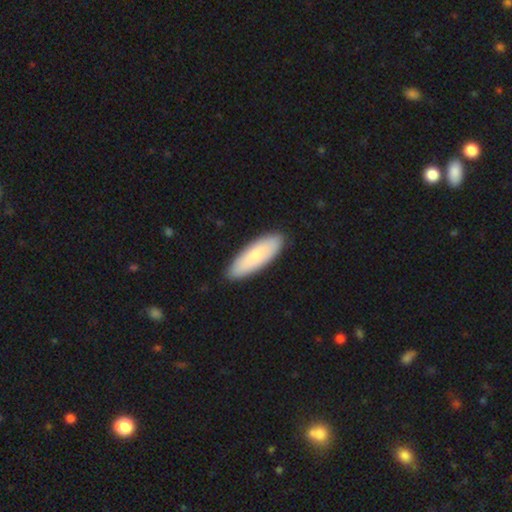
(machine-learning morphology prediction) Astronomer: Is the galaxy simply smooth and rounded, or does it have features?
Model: smooth — 77%.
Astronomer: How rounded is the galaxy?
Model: in between — 62%.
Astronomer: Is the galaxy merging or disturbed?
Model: none — 88%.